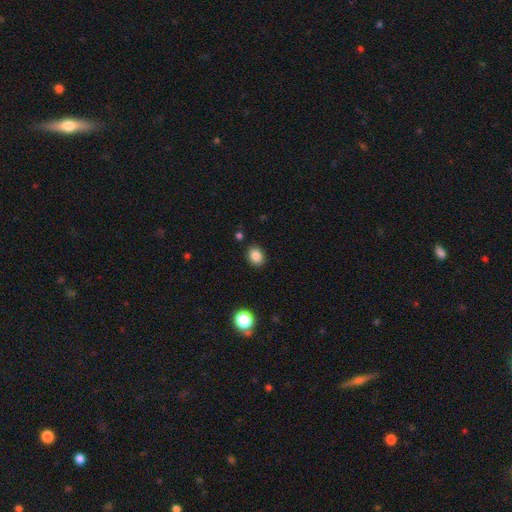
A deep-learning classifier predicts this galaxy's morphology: Smooth or featured? smooth (85%)
How rounded? in between (54%)
Merging? none (87%)